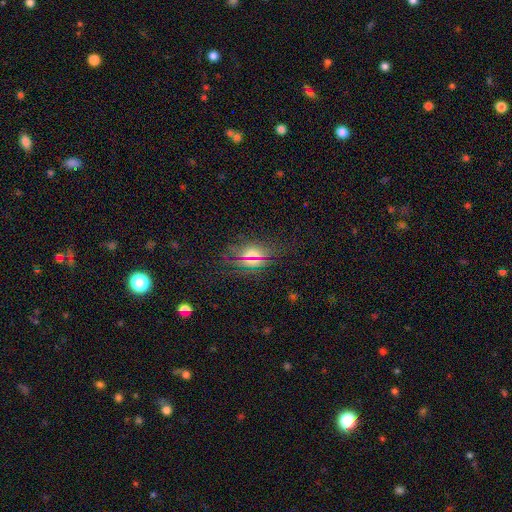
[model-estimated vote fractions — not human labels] Q: Smooth or featured?
A: smooth (52%); runner-up: star or artifact (34%)
Q: How rounded?
A: in between (69%); runner-up: round (25%)
Q: Merging?
A: none (76%); runner-up: minor disturbance (15%)